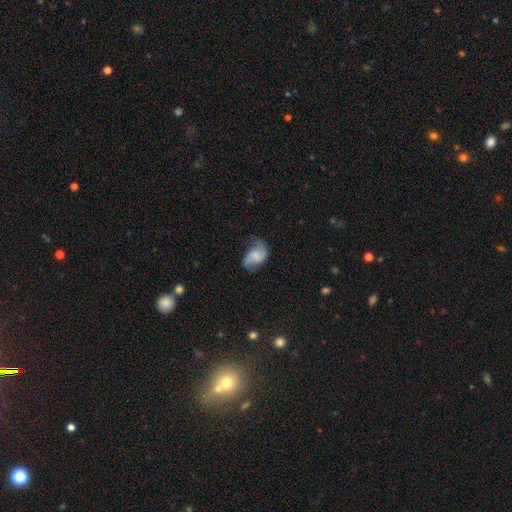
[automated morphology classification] Q: Smooth or featured?
A: featured or disk (65%); runner-up: smooth (28%)
Q: Edge-on disk?
A: no (97%); runner-up: yes (3%)
Q: Bar?
A: weak (45%); runner-up: no (43%)
Q: Spiral arms?
A: yes (92%); runner-up: no (8%)
Q: Spiral winding?
A: loose (53%); runner-up: medium (36%)
Q: Spiral arm count?
A: 2 (86%); runner-up: can't tell (6%)
Q: Bulge size?
A: small (36%); runner-up: none (33%)
Q: Merging?
A: none (56%); runner-up: minor disturbance (27%)